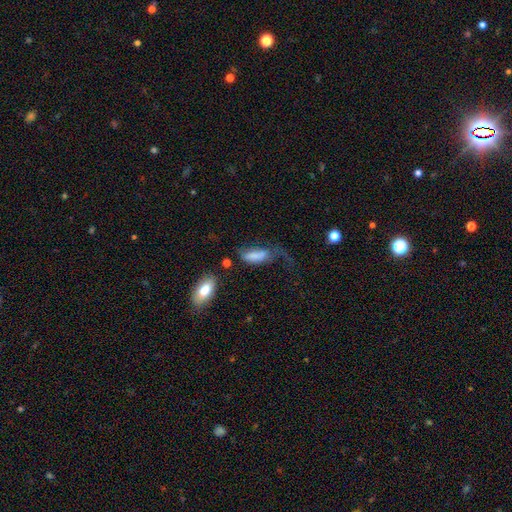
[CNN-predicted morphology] smooth 71%, featured or disk 20%, star or artifact 9%. Down the decision tree: how rounded — in between (78%); merging — major disturbance (46%).